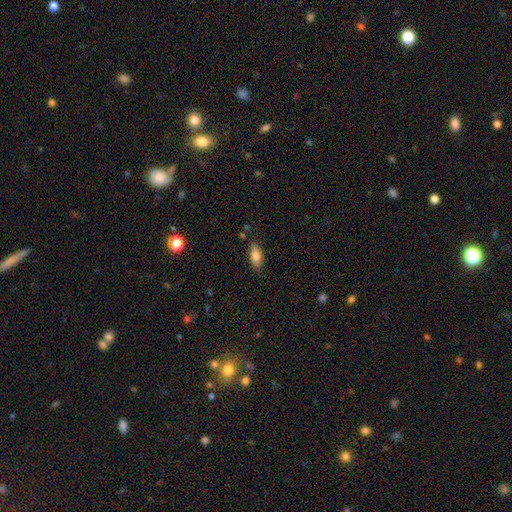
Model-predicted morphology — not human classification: Smooth or featured? Predicted: smooth (p=0.78). How rounded? Predicted: in between (p=0.80). Merging? Predicted: none (p=0.83).